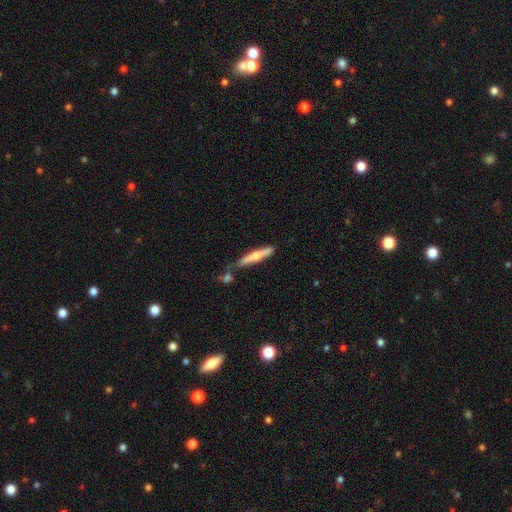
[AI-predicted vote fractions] A smooth galaxy with no disk features (53%) that is cigar-shaped (91%). Merging: none (63%).